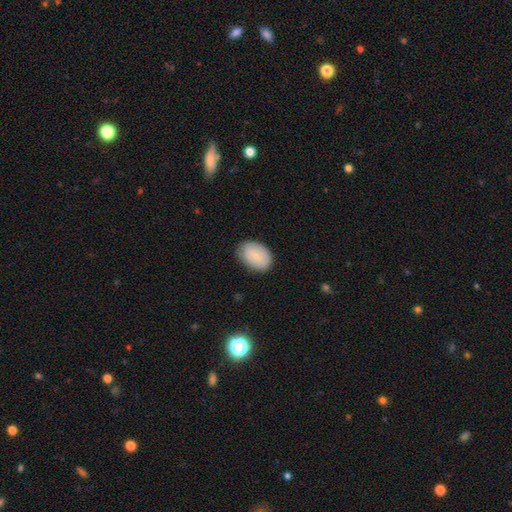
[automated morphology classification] Smooth or featured: smooth — 78% (featured or disk — 16%)
How rounded: in between — 85% (round — 14%)
Merging: none — 80% (minor disturbance — 16%)